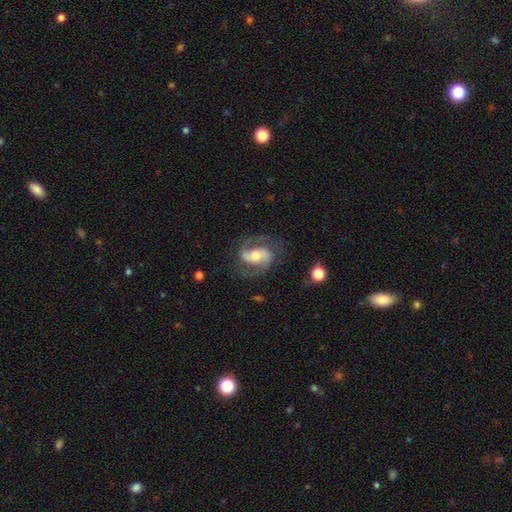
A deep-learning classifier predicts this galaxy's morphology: This is clearly a featured or disk galaxy (88%). It is clearly not viewed edge-on (97%). Bar: marginally weak (38%). Spiral arm pattern: clearly yes (96%). Spiral arm count: clearly 2 (92%). Spiral winding: possibly medium (57%). Central bulge: possibly moderate (60%). Merging: likely none (76%).